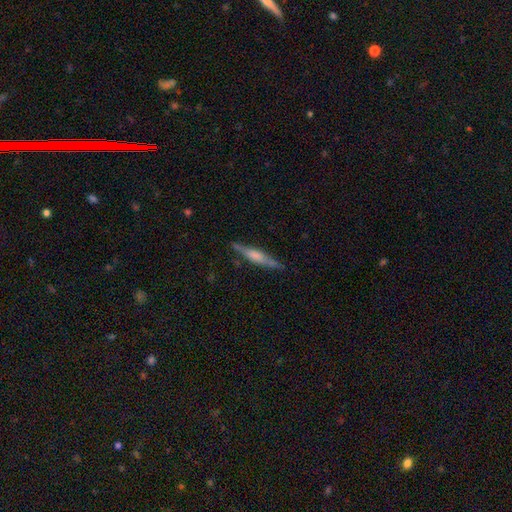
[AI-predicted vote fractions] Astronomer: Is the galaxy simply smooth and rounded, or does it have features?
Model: featured or disk — 62%.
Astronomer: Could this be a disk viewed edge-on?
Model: yes — 96%.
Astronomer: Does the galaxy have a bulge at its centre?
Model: rounded — 48% (runner-up: boxy, 40%).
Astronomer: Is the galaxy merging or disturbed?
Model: none — 85%.